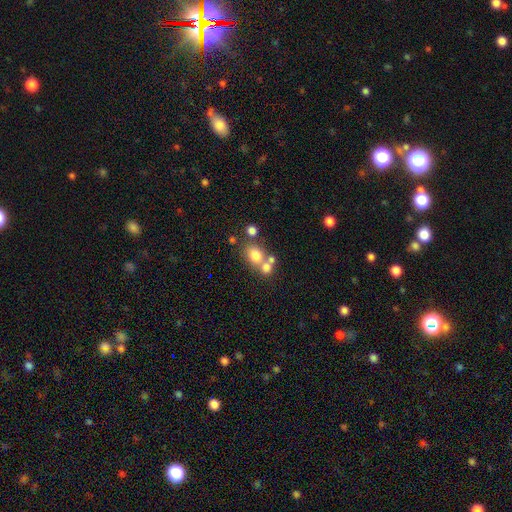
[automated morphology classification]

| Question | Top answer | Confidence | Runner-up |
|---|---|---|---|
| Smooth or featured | smooth | 71% | featured or disk (16%) |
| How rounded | round | 57% | in between (42%) |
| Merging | none | 43% | tied: merger (43%) |